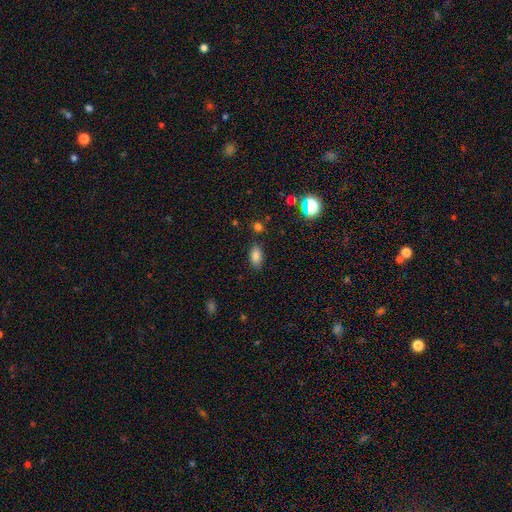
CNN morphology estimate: Smooth or featured?
  - smooth: 83% *
  - star or artifact: 11%
  - featured or disk: 7%
How rounded?
  - in between: 91% *
  - round: 6%
  - cigar-shaped: 3%
Merging?
  - none: 84% *
  - minor disturbance: 11%
  - major disturbance: 3%
  - merger: 2%